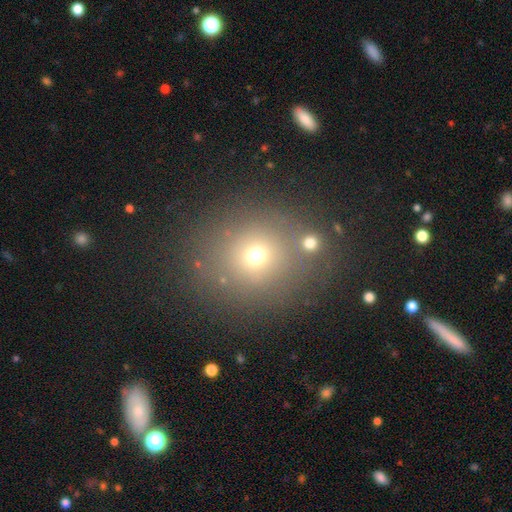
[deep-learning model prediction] Overall: smooth (65%). How rounded: round (82%). Merging: none (75%).